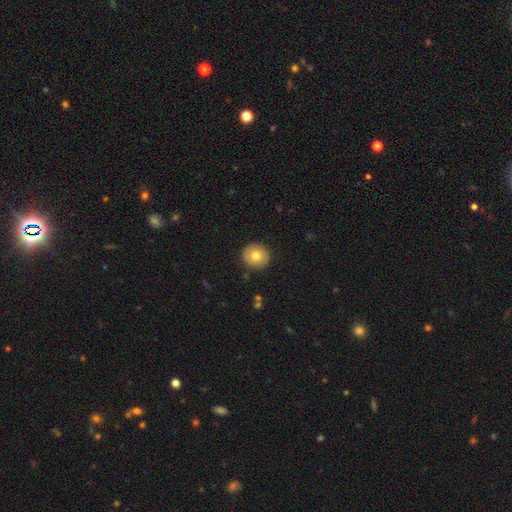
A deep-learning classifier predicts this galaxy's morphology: smooth 72%, featured or disk 20%, star or artifact 8%. Down the decision tree: how rounded — round (91%); merging — none (89%).